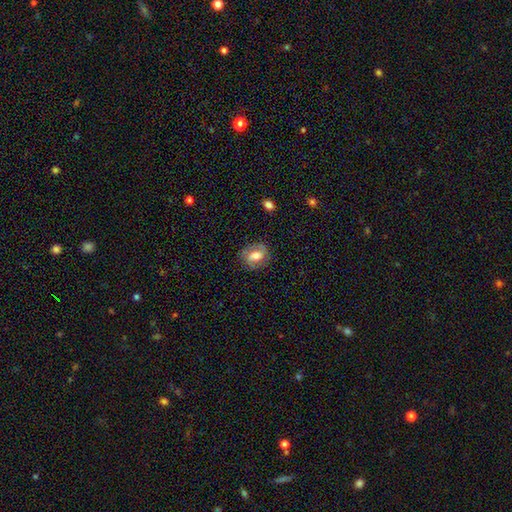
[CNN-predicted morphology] Smooth or featured: smooth — 50% (featured or disk — 42%)
Merging: none — 77% (minor disturbance — 16%)